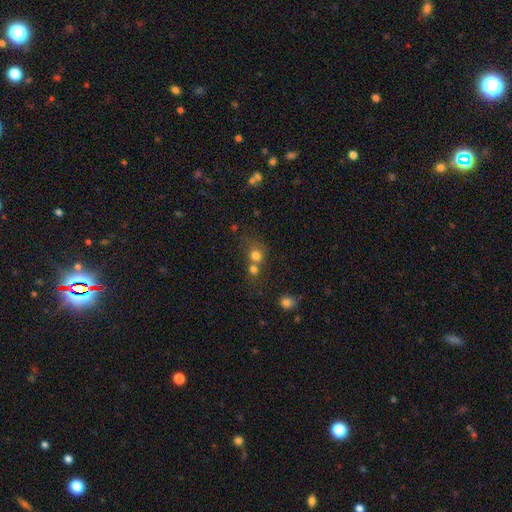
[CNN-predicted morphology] Smooth or featured? Predicted: smooth (p=0.76). How rounded? Predicted: round (p=0.80). Merging? Predicted: merger (p=0.51).